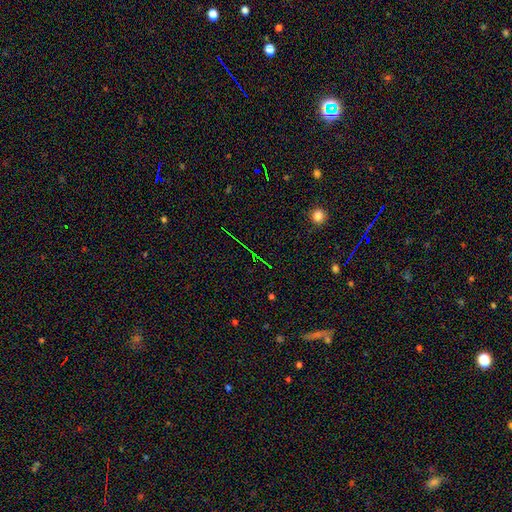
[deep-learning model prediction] Overall: star or artifact (75%).